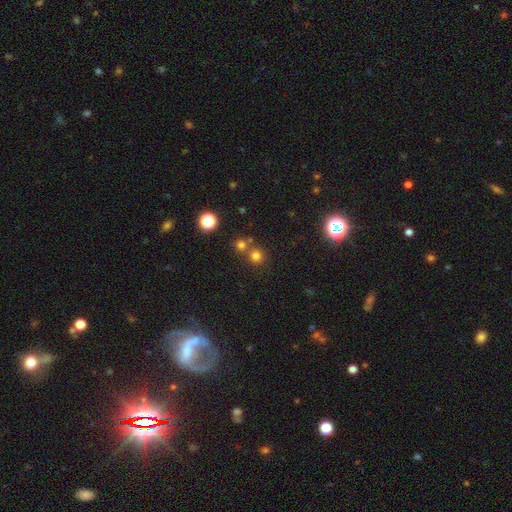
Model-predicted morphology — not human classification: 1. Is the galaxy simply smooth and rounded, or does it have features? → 71% smooth, 22% star or artifact, 6% featured or disk.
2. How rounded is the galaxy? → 91% round, 8% in between, 1% cigar-shaped.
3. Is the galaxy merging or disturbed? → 65% none, 26% merger, 6% minor disturbance, 3% major disturbance.